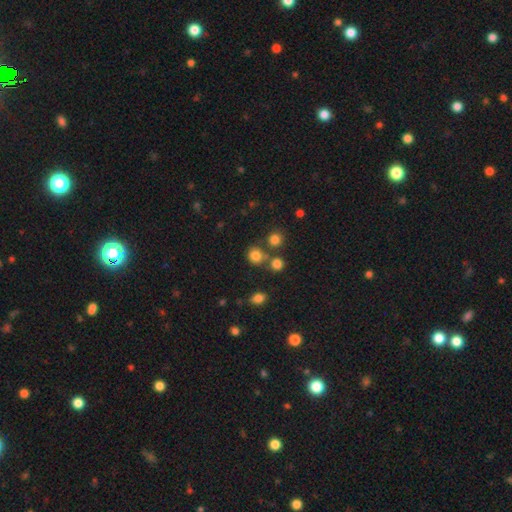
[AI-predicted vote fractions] smooth_or_featured: smooth (p=0.79) [alt: star or artifact p=0.15]
how_rounded: round (p=0.84) [alt: in between p=0.15]
merging: none (p=0.67) [alt: merger p=0.18]